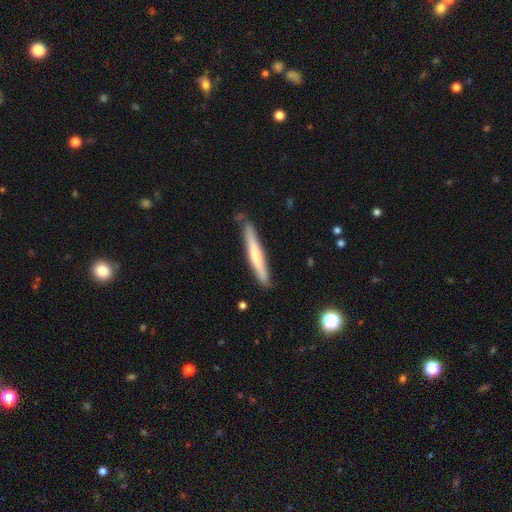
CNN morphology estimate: Q: Smooth or featured?
A: smooth (55%); runner-up: featured or disk (39%)
Q: How rounded?
A: cigar-shaped (95%); runner-up: in between (4%)
Q: Merging?
A: none (81%); runner-up: minor disturbance (14%)